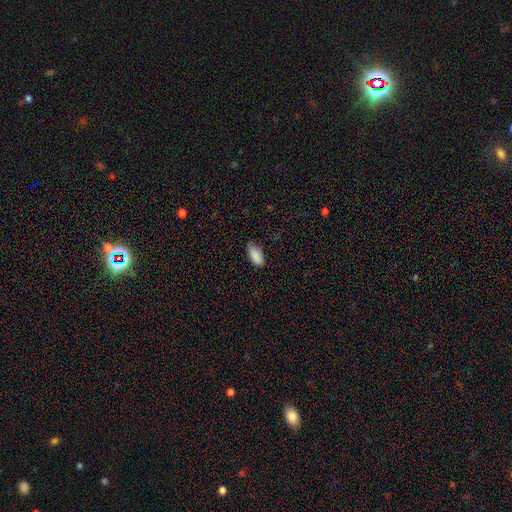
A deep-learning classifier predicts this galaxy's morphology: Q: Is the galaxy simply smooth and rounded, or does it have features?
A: smooth — 89%.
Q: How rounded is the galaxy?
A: in between — 92%.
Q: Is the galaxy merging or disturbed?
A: none — 72%.